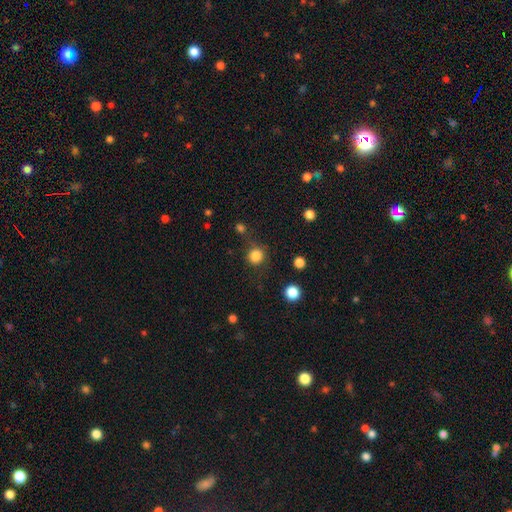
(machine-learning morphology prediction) This appears to be a smooth galaxy with no disk features (84%) that is round (91%). Merging: none (80%).